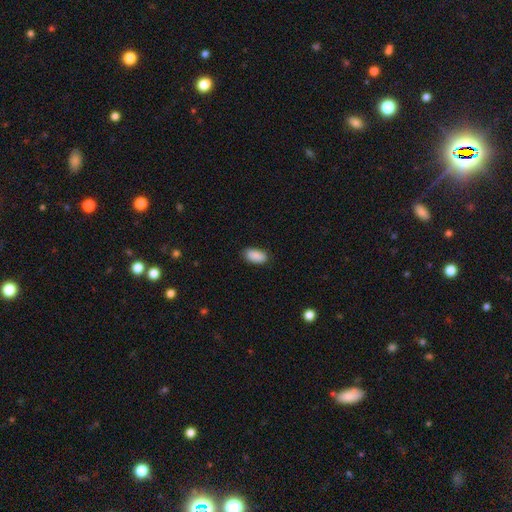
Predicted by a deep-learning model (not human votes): Overall: smooth (90%). How rounded: in between (94%). Merging: none (86%).